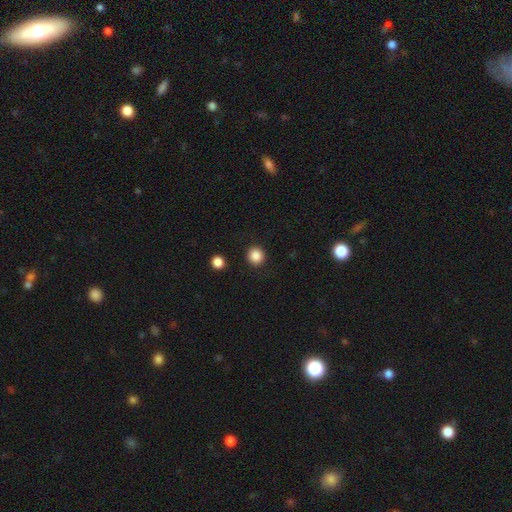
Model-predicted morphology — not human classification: The model was most divided on "smooth or featured": smooth: 87%, star or artifact: 10%, featured or disk: 3%. More confident: how rounded — round (92%); merging — none (91%).